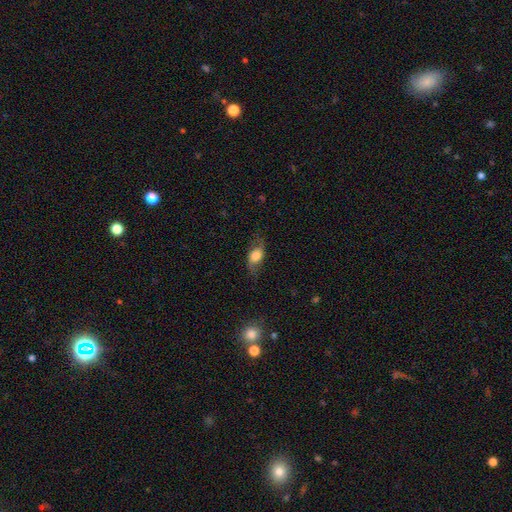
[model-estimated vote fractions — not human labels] Smooth or featured? smooth (53%)
How rounded? in between (76%)
Merging? none (69%)